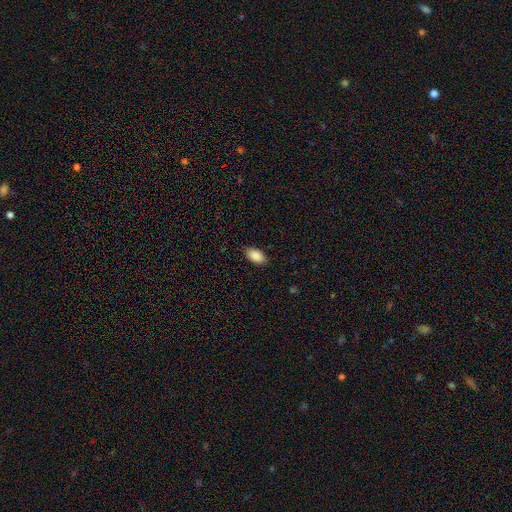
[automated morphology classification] Q: Smooth or featured?
A: smooth (89%); runner-up: star or artifact (7%)
Q: How rounded?
A: in between (94%); runner-up: round (4%)
Q: Merging?
A: none (86%); runner-up: minor disturbance (11%)